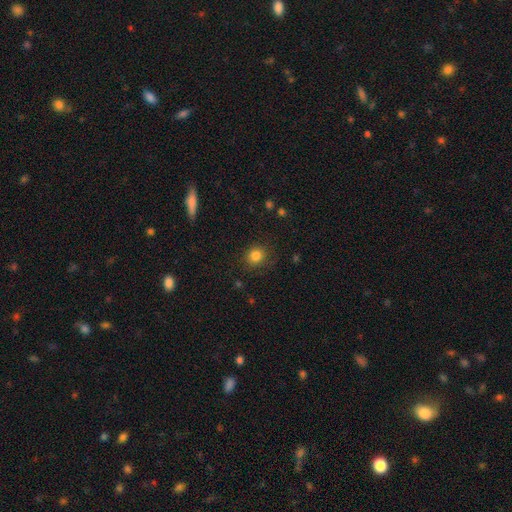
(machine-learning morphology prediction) This appears to be a smooth galaxy with no disk features (83%) that is round (85%). Merging: none (84%).